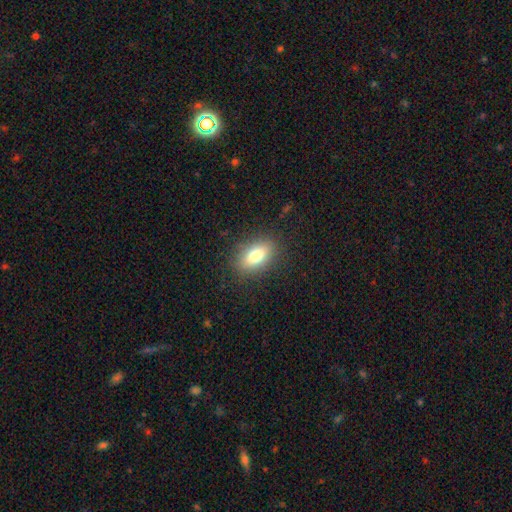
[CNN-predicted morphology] This appears to be a smooth galaxy with no disk features (79%) that is in between round and cigar-shaped (86%). Merging: none (86%).